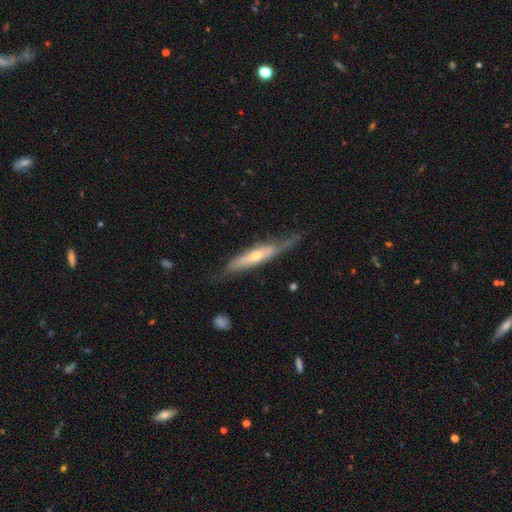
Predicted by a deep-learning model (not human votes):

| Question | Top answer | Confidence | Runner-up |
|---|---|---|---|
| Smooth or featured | featured or disk | 63% | smooth (31%) |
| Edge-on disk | yes | 71% | no (29%) |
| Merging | none | 59% | minor disturbance (27%) |